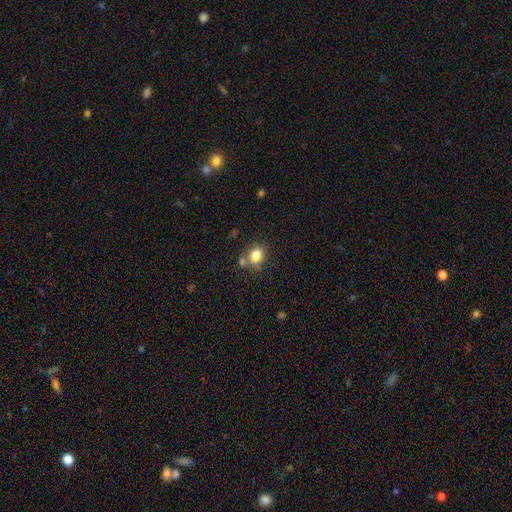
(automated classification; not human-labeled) Smooth or featured: smooth — 81% (star or artifact — 11%)
How rounded: round — 62% (in between — 37%)
Merging: none — 64% (merger — 18%)